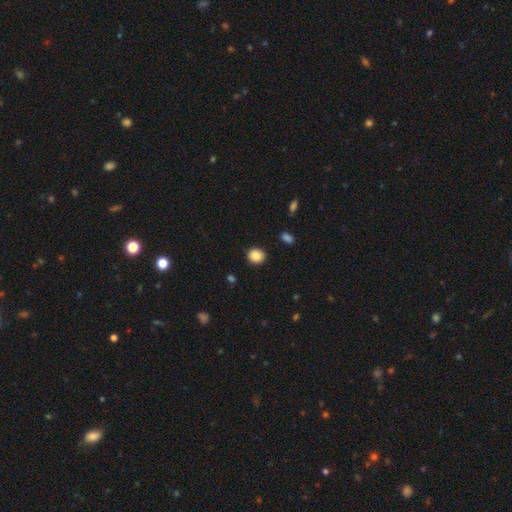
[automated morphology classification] This appears to be a smooth galaxy with no disk features (86%) that is round (80%). Merging: none (90%).